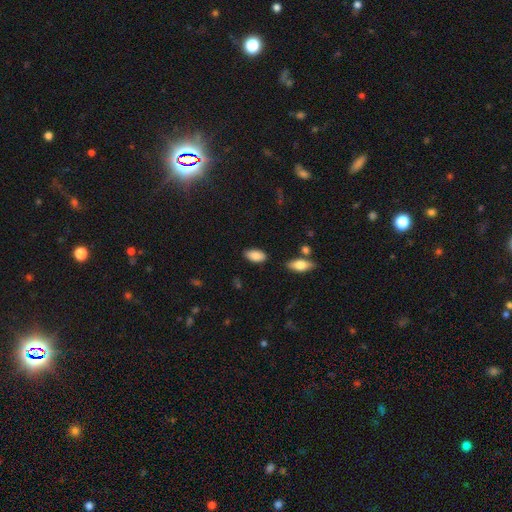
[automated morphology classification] This is clearly a smooth galaxy (87%). How rounded: clearly in between (93%). Merging: clearly none (85%).